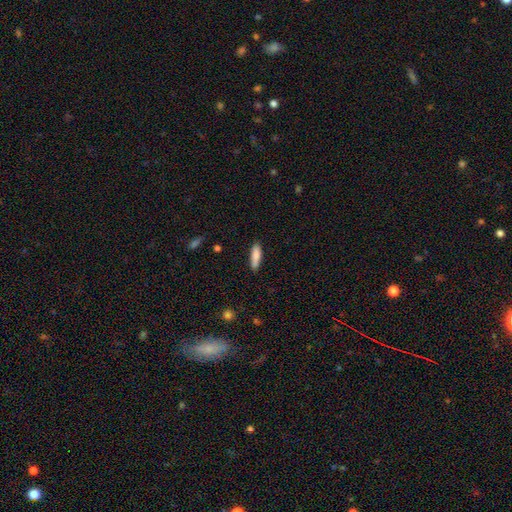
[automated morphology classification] Overall: smooth (84%). How rounded: cigar-shaped (63%; in between 35%). Merging: none (82%).